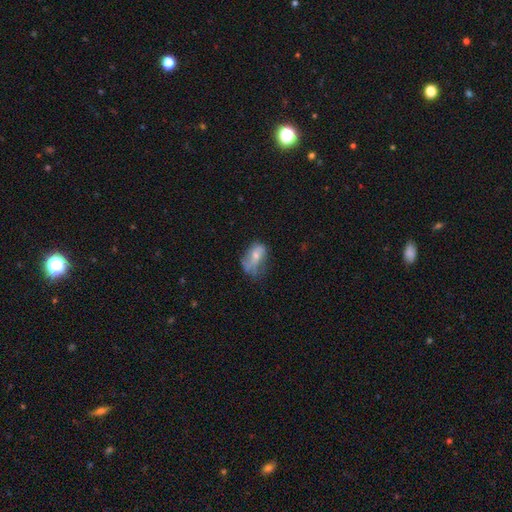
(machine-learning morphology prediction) A smooth galaxy with no disk features (54%) that is in between round and cigar-shaped (87%). Merging: minor disturbance (35%).